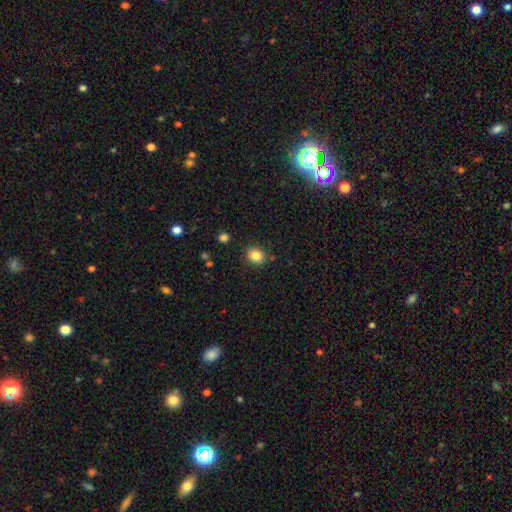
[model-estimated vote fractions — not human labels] Smooth or featured?
  - smooth: 84% *
  - star or artifact: 10%
  - featured or disk: 5%
How rounded?
  - round: 72% *
  - in between: 27%
  - cigar-shaped: 1%
Merging?
  - none: 86% *
  - minor disturbance: 9%
  - major disturbance: 3%
  - merger: 3%